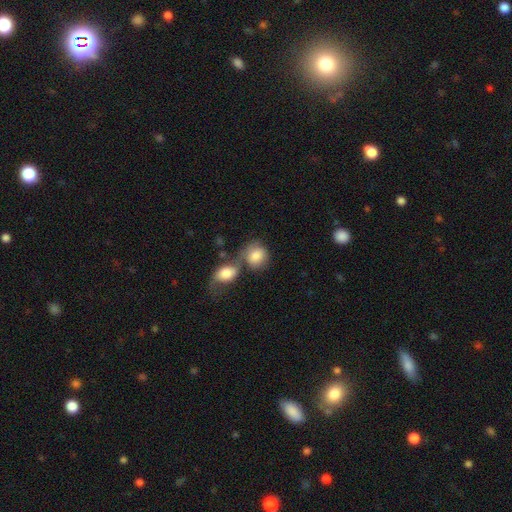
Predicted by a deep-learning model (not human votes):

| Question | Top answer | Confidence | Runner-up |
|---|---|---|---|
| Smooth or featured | smooth | 80% | featured or disk (13%) |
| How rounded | round | 68% | in between (30%) |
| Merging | merger | 49% | none (31%) |